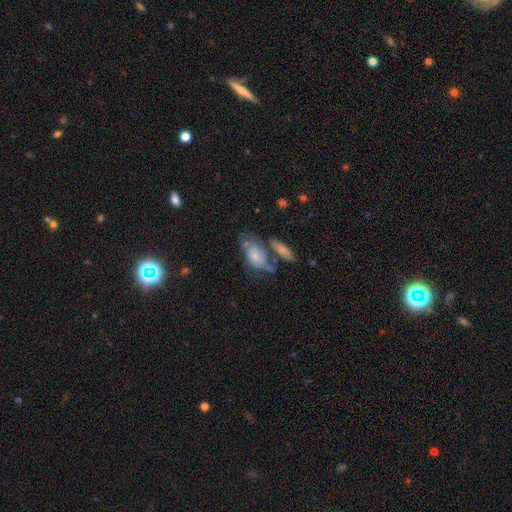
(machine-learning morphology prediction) This appears to be a smooth galaxy with no disk features (50%). Merging: none (32%).